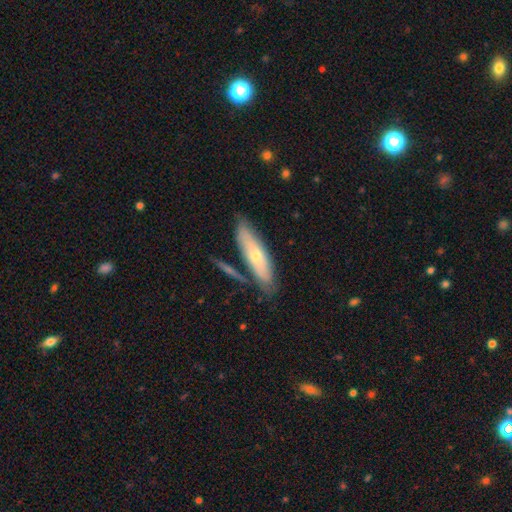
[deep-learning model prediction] This is possibly a smooth galaxy (52%). How rounded: possibly cigar-shaped (56%). Merging: likely none (72%).